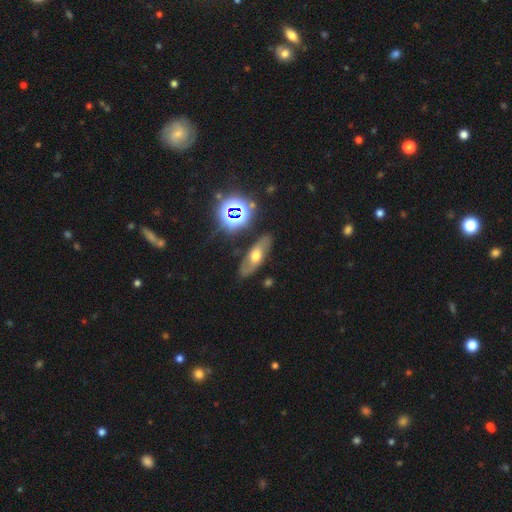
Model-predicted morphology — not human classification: Overall: featured or disk (49%; smooth 34%). Merging: none (80%).